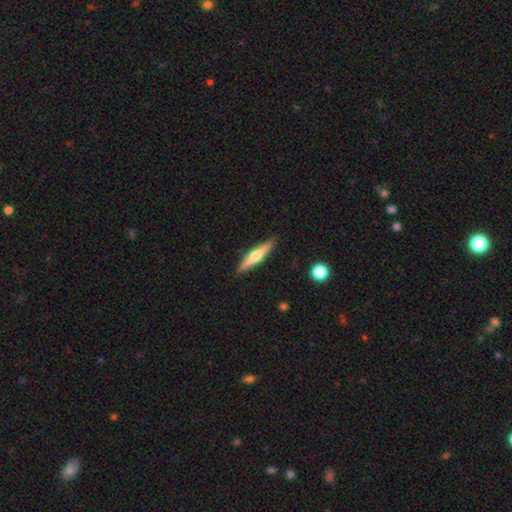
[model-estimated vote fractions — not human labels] Smooth or featured? Predicted: featured or disk (p=0.54). Edge-on disk? Predicted: yes (p=0.95). Edge-on bulge? Predicted: rounded (p=0.91). Merging? Predicted: none (p=0.90).